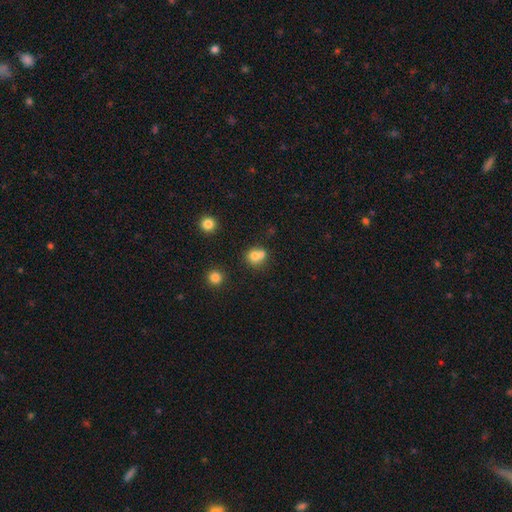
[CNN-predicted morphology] Overall: smooth (73%). How rounded: round (80%). Merging: merger (46%; none 42%).